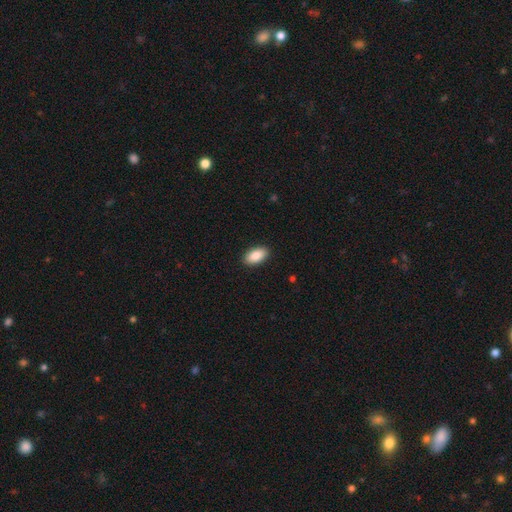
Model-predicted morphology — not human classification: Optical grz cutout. It shows a smooth galaxy with no disk features (88%) that is in between round and cigar-shaped (94%). Merging: none (90%).